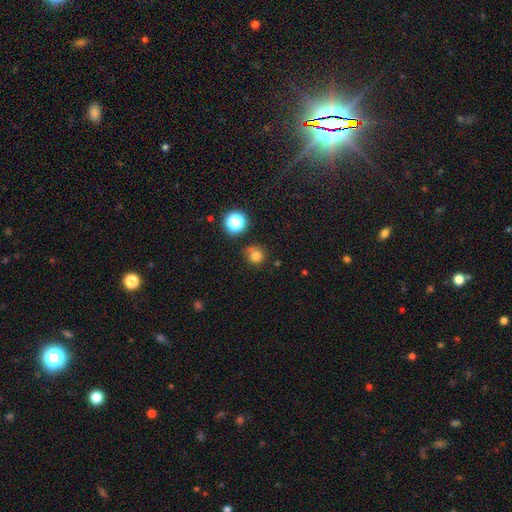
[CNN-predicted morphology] Overall: smooth (76%). How rounded: round (88%). Merging: none (64%).